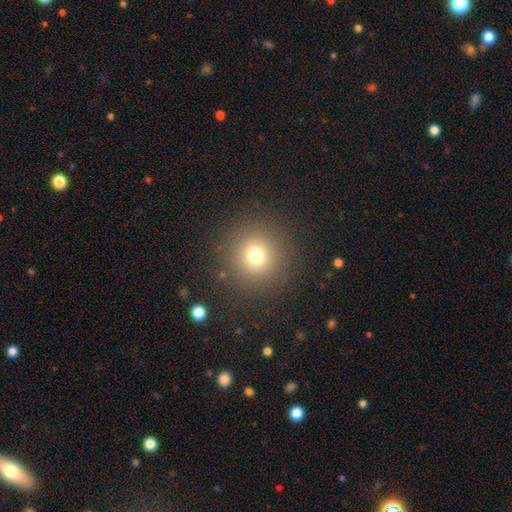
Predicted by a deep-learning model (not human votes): Morphology: type=smooth (73%); roundness=round (95%); merging=none (88%).